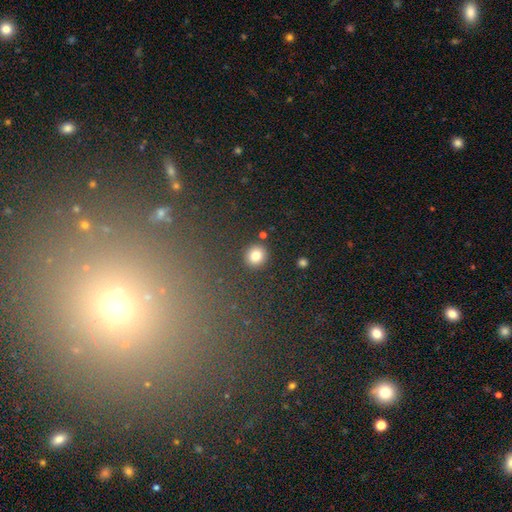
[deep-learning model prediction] The model was most divided on "smooth or featured": smooth: 82%, star or artifact: 12%, featured or disk: 6%. More confident: how rounded — round (89%); merging — none (89%).